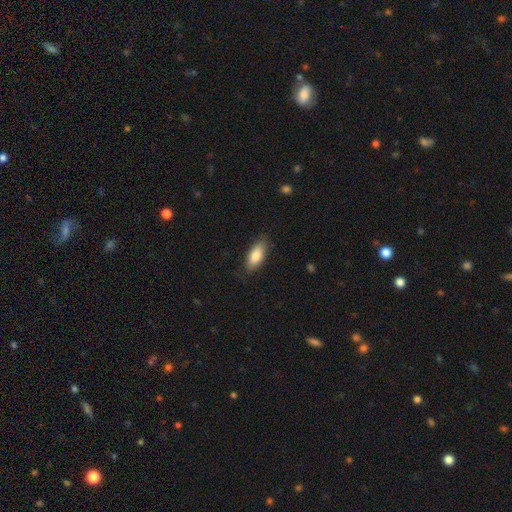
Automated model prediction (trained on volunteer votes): Morphology: type=smooth (82%); roundness=in between (83%); merging=none (81%).